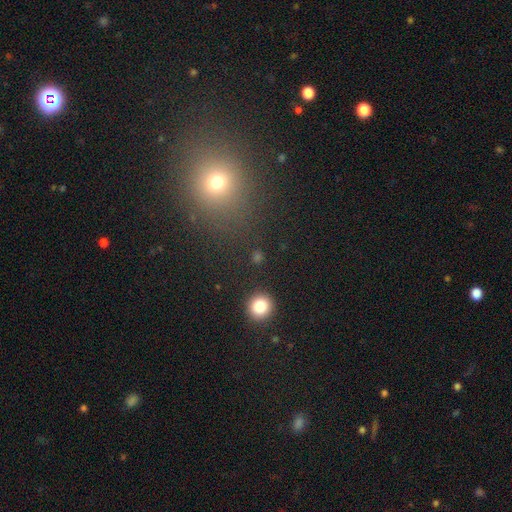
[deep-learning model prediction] smooth_or_featured: smooth (p=0.63) [alt: star or artifact p=0.31]
how_rounded: round (p=0.89) [alt: in between p=0.10]
merging: none (p=0.89) [alt: minor disturbance p=0.06]